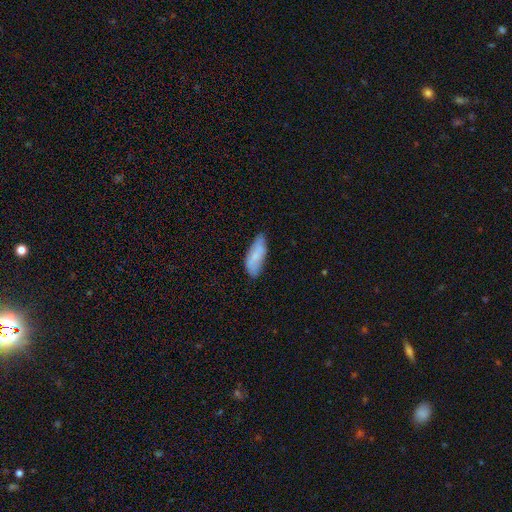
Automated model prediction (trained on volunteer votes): smooth 71%, featured or disk 22%, star or artifact 7%. Down the decision tree: how rounded — in between (71%); merging — none (66%).